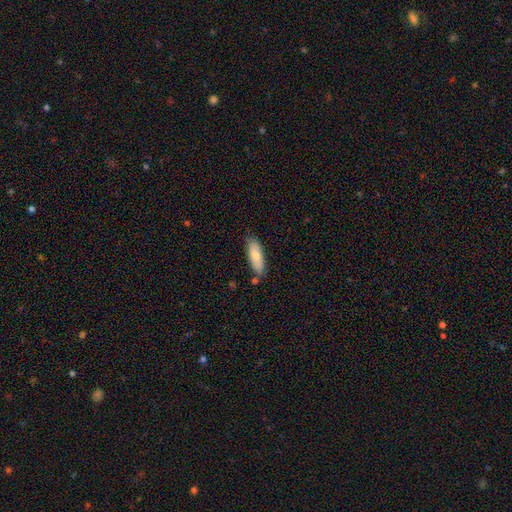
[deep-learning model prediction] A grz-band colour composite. It shows a smooth galaxy with no disk features (77%) that is in between round and cigar-shaped (63%). Merging: none (75%).